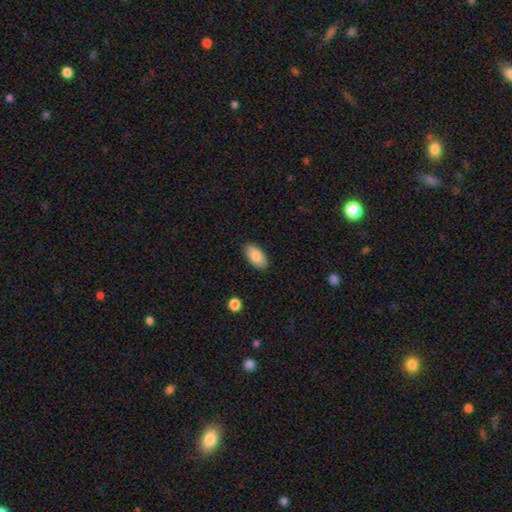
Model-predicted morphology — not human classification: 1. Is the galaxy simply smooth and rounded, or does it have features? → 85% smooth, 8% featured or disk, 7% star or artifact.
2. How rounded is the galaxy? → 94% in between, 3% round, 3% cigar-shaped.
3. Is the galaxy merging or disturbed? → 86% none, 11% minor disturbance, 2% major disturbance, 1% merger.